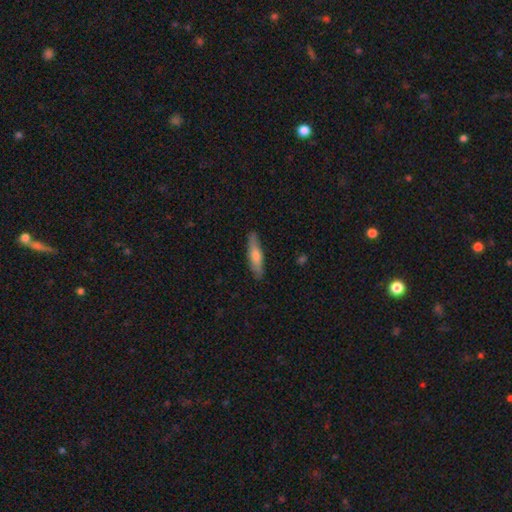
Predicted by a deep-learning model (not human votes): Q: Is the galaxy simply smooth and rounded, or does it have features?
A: smooth — 55%.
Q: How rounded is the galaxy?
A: cigar-shaped — 79%.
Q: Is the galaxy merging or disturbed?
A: none — 88%.